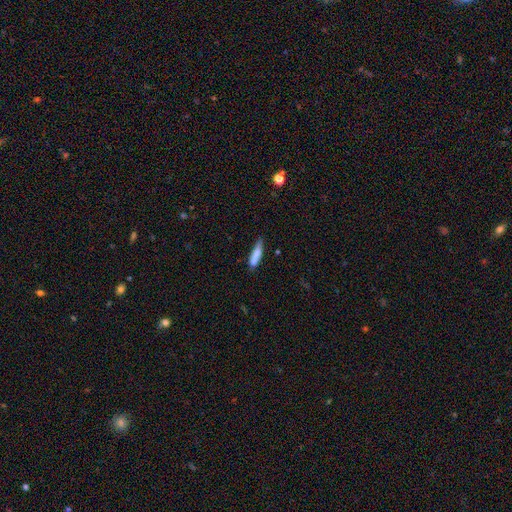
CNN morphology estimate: A smooth galaxy with no disk features (80%) that is cigar-shaped (82%). Merging: none (66%).